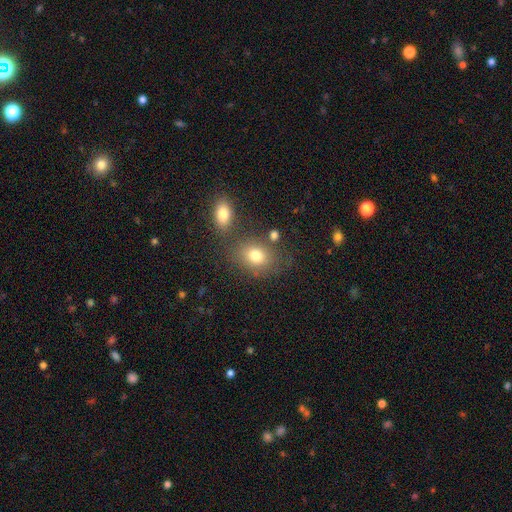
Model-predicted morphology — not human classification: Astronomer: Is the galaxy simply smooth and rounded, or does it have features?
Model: smooth — 77%.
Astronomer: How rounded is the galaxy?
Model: in between — 56% (runner-up: round, 43%).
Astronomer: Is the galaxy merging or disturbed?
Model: none — 66%.